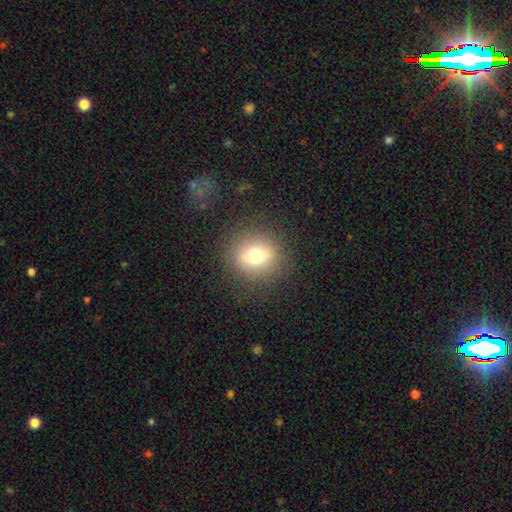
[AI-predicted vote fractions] This is likely a smooth galaxy (67%). How rounded: likely round (78%). Merging: clearly none (86%).